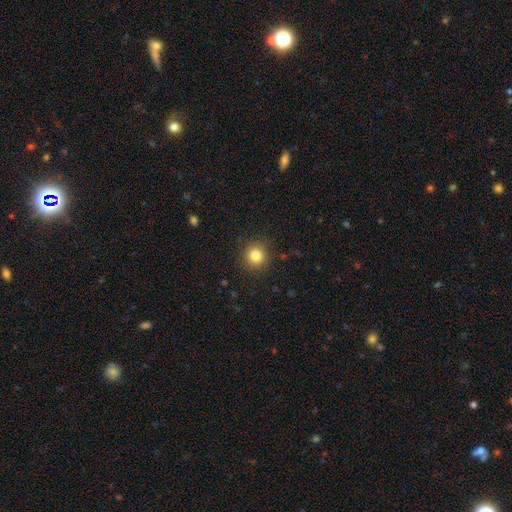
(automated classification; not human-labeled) Smooth or featured? Predicted: smooth (p=0.83). How rounded? Predicted: round (p=0.93). Merging? Predicted: none (p=0.91).